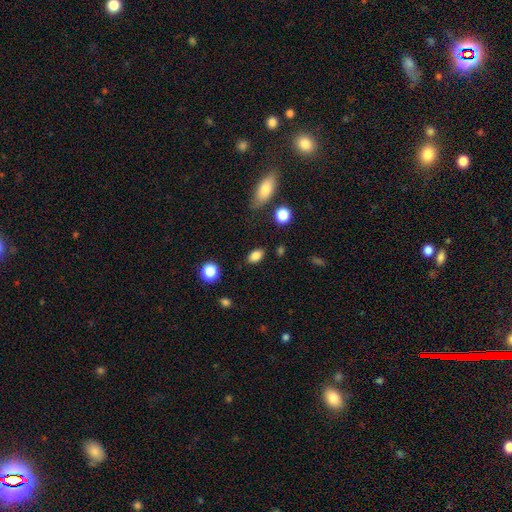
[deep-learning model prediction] smooth 84%, star or artifact 9%, featured or disk 6%. Down the decision tree: how rounded — in between (87%); merging — none (83%).